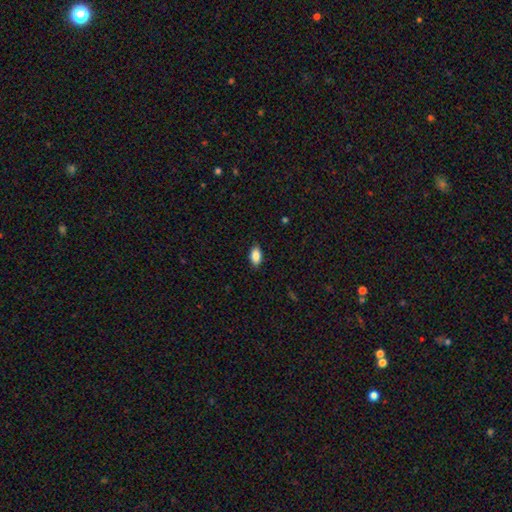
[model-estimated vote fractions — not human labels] smooth_or_featured: smooth (p=0.88) [alt: star or artifact p=0.08]
how_rounded: in between (p=0.92) [alt: round p=0.06]
merging: none (p=0.87) [alt: minor disturbance p=0.10]